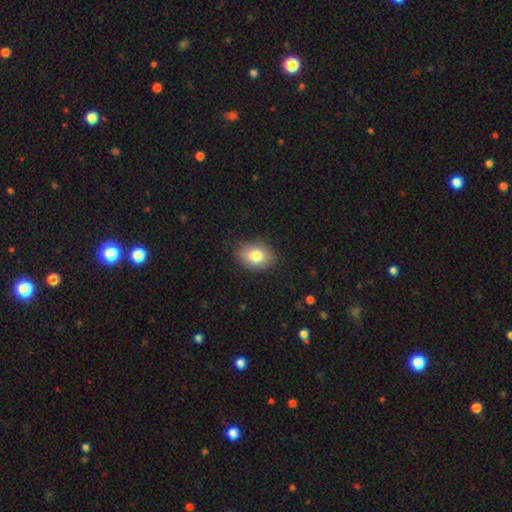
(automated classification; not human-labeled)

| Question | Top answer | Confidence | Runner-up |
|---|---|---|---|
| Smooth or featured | smooth | 83% | featured or disk (9%) |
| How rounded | in between | 76% | round (23%) |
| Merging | none | 86% | minor disturbance (10%) |